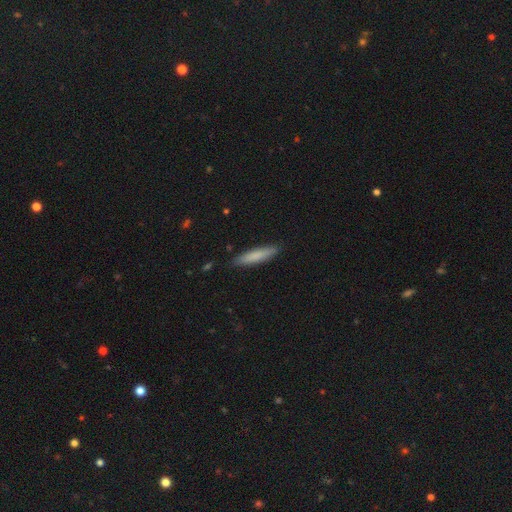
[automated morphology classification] A smooth galaxy with no disk features (79%) that is cigar-shaped (86%). Merging: none (88%).